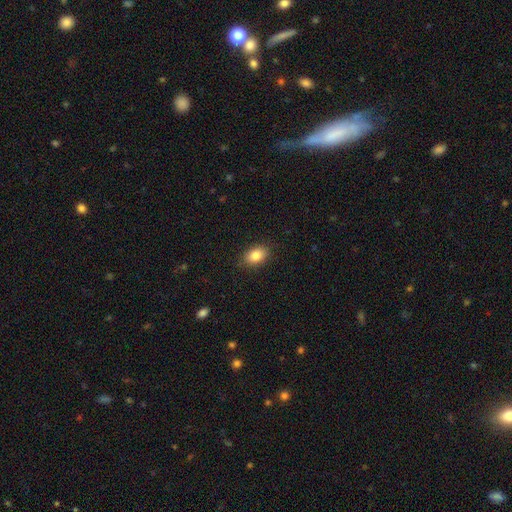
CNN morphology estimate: This appears to be a smooth galaxy with no disk features (84%) that is in between round and cigar-shaped (84%). Merging: none (87%).